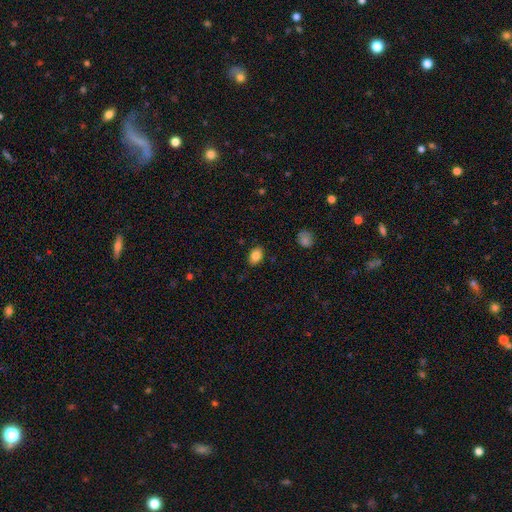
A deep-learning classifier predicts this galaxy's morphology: smooth 85%, star or artifact 9%, featured or disk 7%. Down the decision tree: how rounded — in between (82%); merging — none (85%).